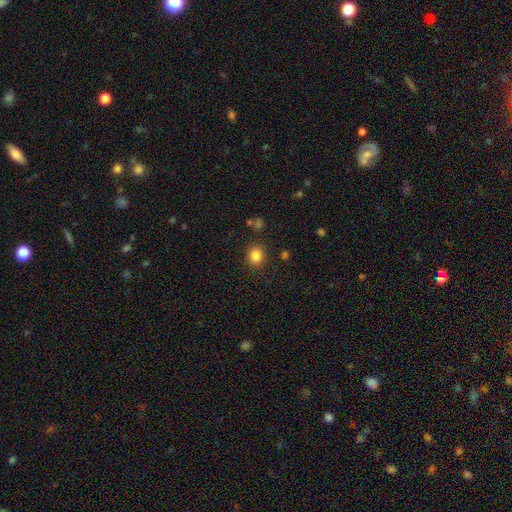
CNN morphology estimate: The model was most divided on "how rounded": round: 78%, in between: 21%, cigar-shaped: 1%. More confident: merging — none (86%); smooth or featured — smooth (84%).